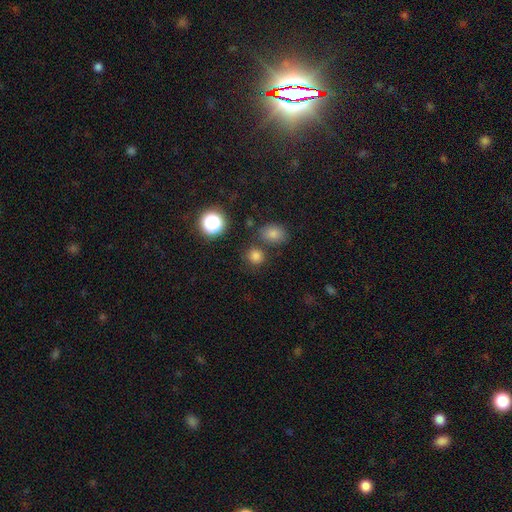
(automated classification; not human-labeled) Smooth or featured: smooth — 77% (star or artifact — 18%)
How rounded: round — 81% (in between — 18%)
Merging: none — 73% (merger — 13%)